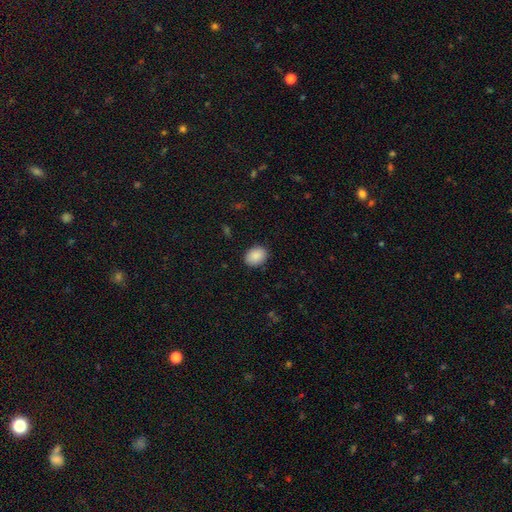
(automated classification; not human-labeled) Q: Smooth or featured?
A: smooth (90%); runner-up: star or artifact (7%)
Q: How rounded?
A: in between (69%); runner-up: round (30%)
Q: Merging?
A: none (89%); runner-up: minor disturbance (8%)